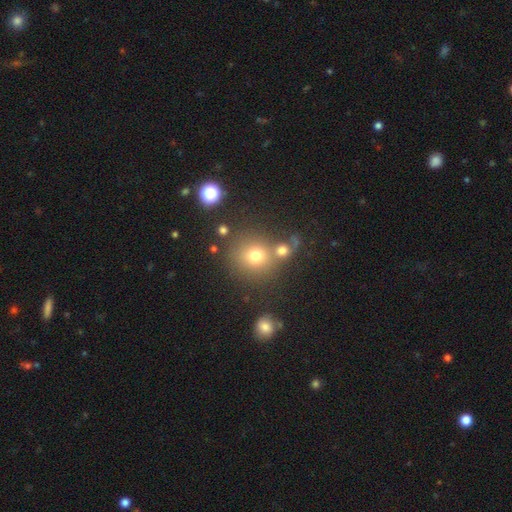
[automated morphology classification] This appears to be a smooth galaxy with no disk features (73%) that is round (86%). Merging: none (64%).